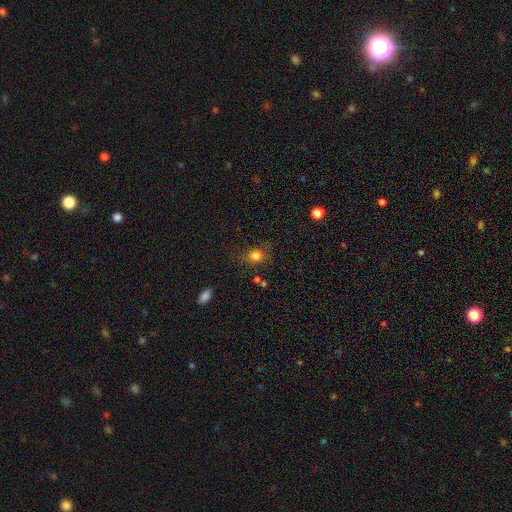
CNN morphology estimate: Smooth or featured? smooth (80%)
How rounded? round (75%)
Merging? none (73%)